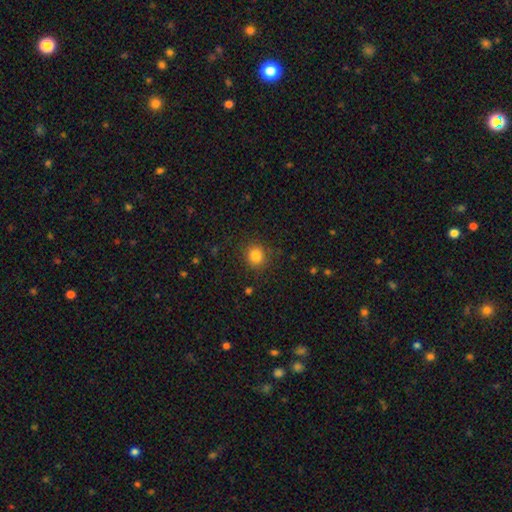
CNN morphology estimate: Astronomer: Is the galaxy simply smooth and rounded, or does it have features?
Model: smooth — 84%.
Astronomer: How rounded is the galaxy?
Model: round — 88%.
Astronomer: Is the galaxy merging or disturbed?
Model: none — 87%.